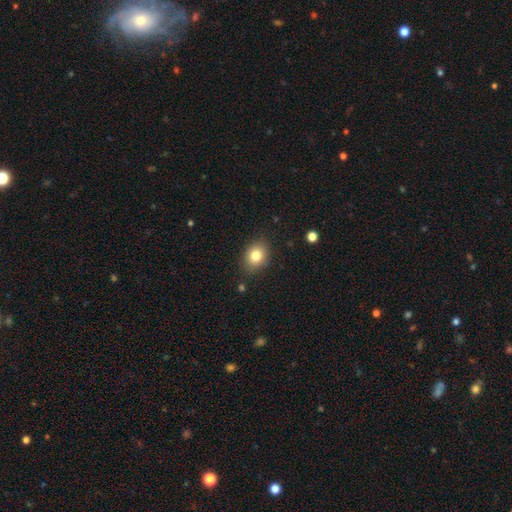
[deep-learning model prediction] Morphology: type=smooth (81%); roundness=in between (56%); merging=none (84%).